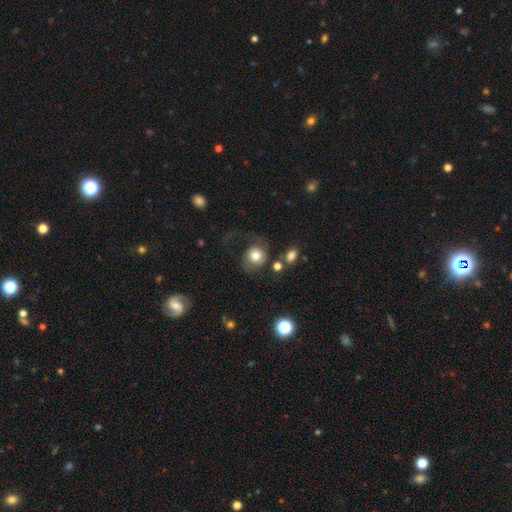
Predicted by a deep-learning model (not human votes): Q: Smooth or featured?
A: smooth (68%); runner-up: featured or disk (23%)
Q: How rounded?
A: round (79%); runner-up: in between (20%)
Q: Merging?
A: none (41%); runner-up: major disturbance (36%)